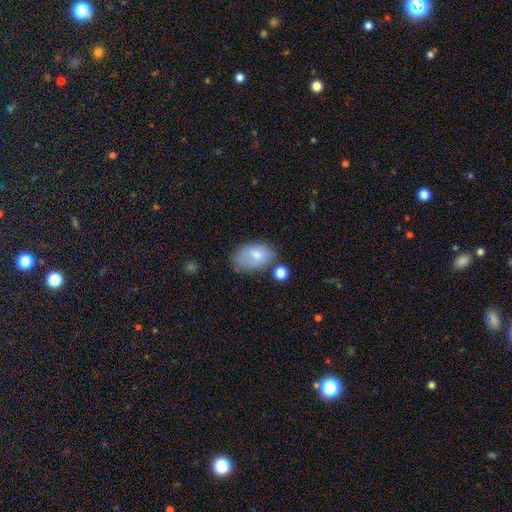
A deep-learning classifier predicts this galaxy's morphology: This appears to be a smooth galaxy with no disk features (74%) that is in between round and cigar-shaped (90%). Merging: none (53%).